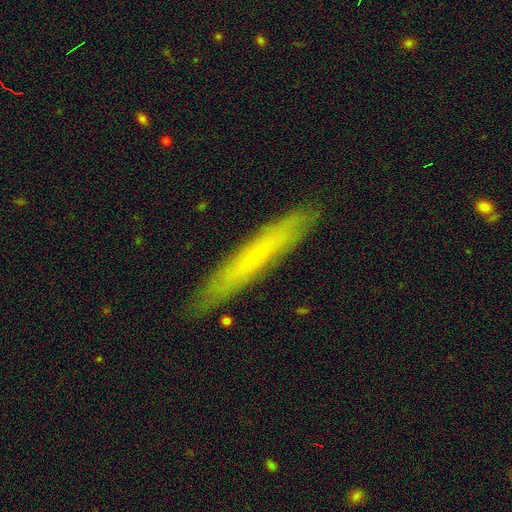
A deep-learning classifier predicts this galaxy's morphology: This is possibly a featured or disk galaxy (50%). It is clearly viewed edge-on (83%). Merging: clearly none (89%).